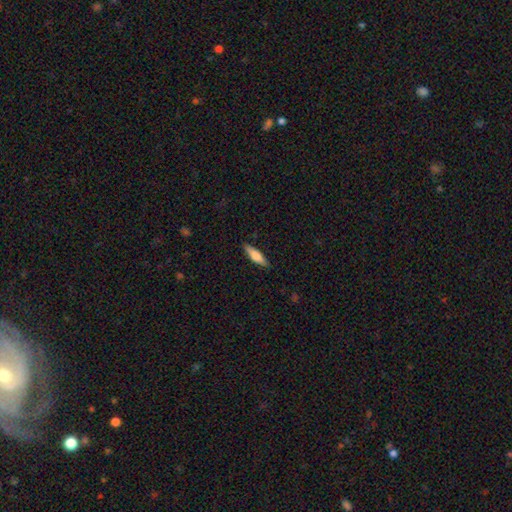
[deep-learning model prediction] A smooth galaxy with no disk features (67%) that is cigar-shaped (61%). Merging: none (86%).